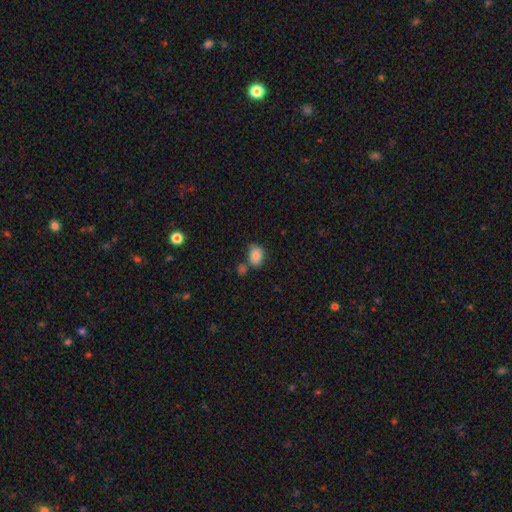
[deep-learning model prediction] This appears to be a smooth galaxy with no disk features (84%) that is in between round and cigar-shaped (76%). Merging: none (61%).